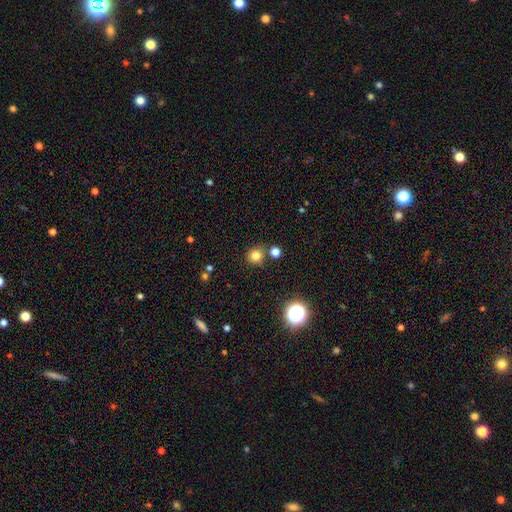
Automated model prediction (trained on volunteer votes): Q: Smooth or featured?
A: smooth (78%); runner-up: star or artifact (16%)
Q: How rounded?
A: round (89%); runner-up: in between (11%)
Q: Merging?
A: none (80%); runner-up: minor disturbance (9%)